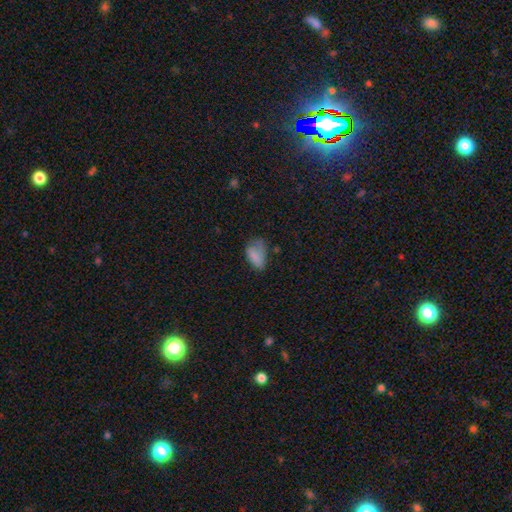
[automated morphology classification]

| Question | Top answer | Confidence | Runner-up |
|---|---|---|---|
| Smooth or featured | smooth | 78% | featured or disk (11%) |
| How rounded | in between | 91% | round (7%) |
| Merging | minor disturbance | 38% | none (37%) |